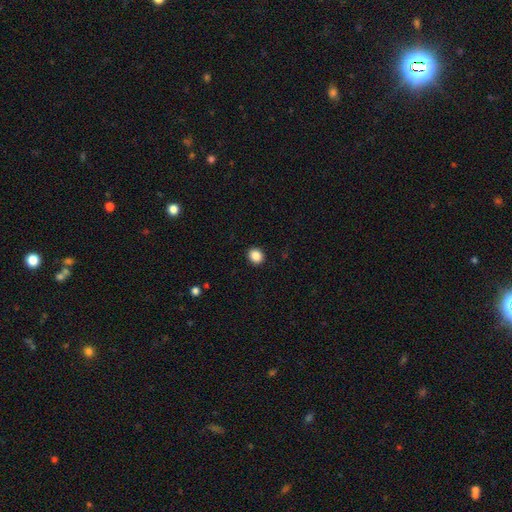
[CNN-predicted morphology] Smooth or featured: smooth — 88% (star or artifact — 9%)
How rounded: round — 72% (in between — 27%)
Merging: none — 92% (minor disturbance — 6%)